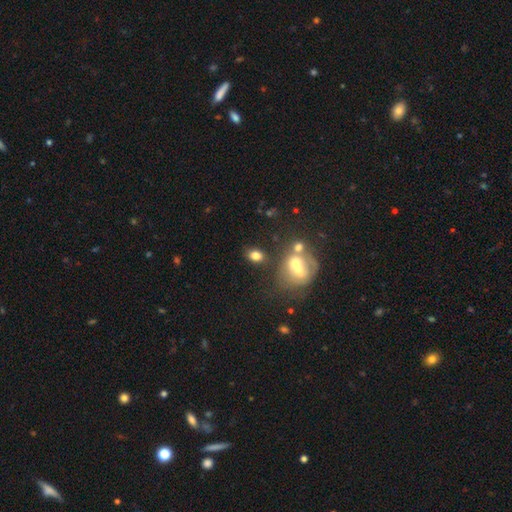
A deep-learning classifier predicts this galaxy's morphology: type=smooth (78%); roundness=in between (72%); merging=none (68%).